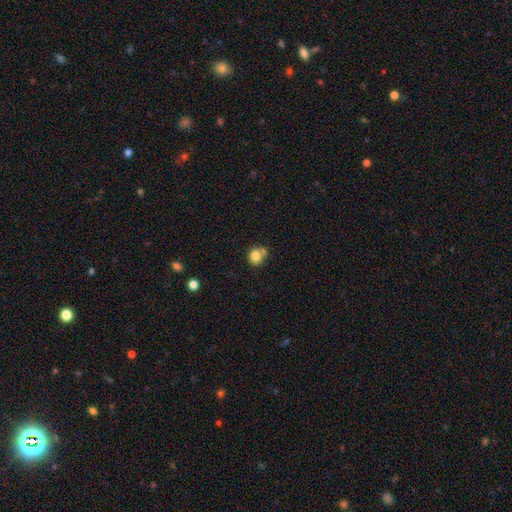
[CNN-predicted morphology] This appears to be a smooth galaxy with no disk features (81%) that is round (63%). Merging: none (50%).